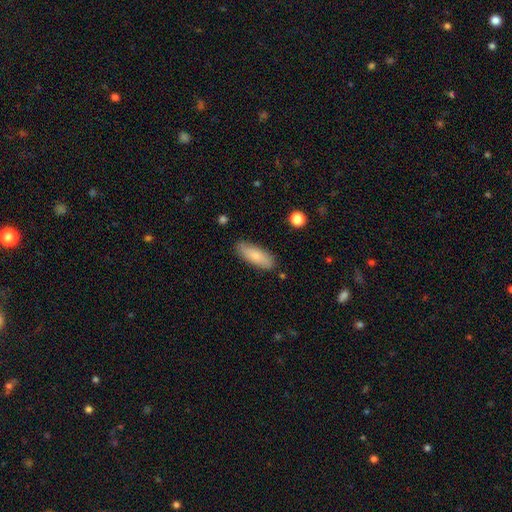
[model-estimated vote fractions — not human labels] Smooth or featured?
  - smooth: 80% *
  - featured or disk: 14%
  - star or artifact: 6%
How rounded?
  - in between: 74% *
  - cigar-shaped: 24%
  - round: 2%
Merging?
  - none: 82% *
  - minor disturbance: 14%
  - major disturbance: 2%
  - merger: 2%